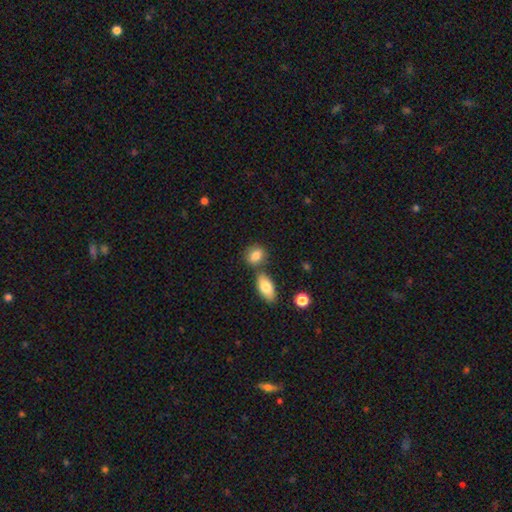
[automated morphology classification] smooth 84%, star or artifact 8%, featured or disk 8%. Down the decision tree: how rounded — in between (61%); merging — none (62%).